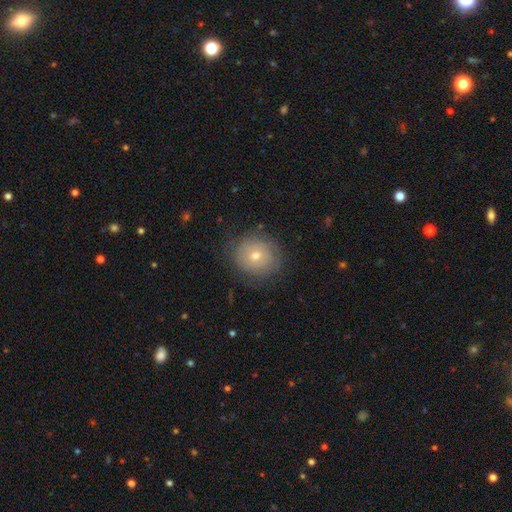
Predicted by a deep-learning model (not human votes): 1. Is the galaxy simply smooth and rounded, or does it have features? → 56% smooth, 33% featured or disk, 11% star or artifact.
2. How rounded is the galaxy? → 87% round, 12% in between, 1% cigar-shaped.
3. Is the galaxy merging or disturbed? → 80% none, 13% minor disturbance, 5% major disturbance, 1% merger.